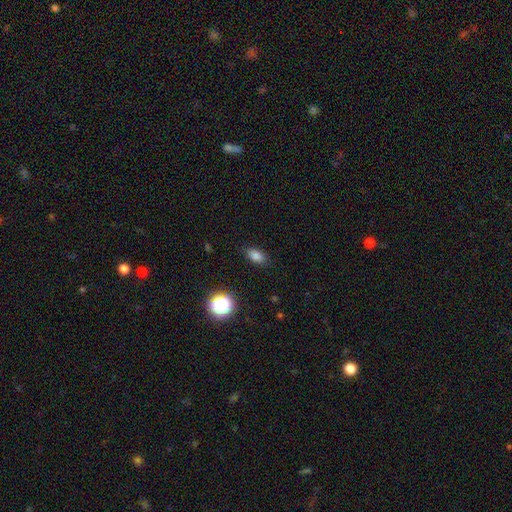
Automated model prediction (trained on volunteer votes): A smooth galaxy with no disk features (80%) that is in between round and cigar-shaped (85%).

Vote fractions:
- Smooth or featured? smooth: 80% / star or artifact: 14% / featured or disk: 7%
- How rounded? in between: 85% / round: 10% / cigar-shaped: 5%
- Merging? none: 85% / minor disturbance: 11% / major disturbance: 3% / merger: 1%